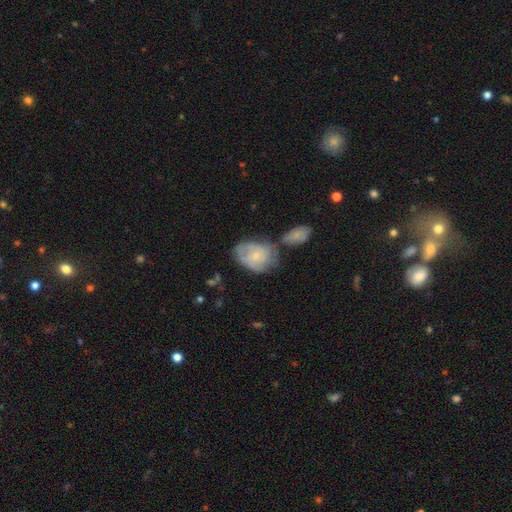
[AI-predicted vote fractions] A featured or disk galaxy (50%).

Vote fractions:
- Smooth or featured? featured or disk: 50% / smooth: 43% / star or artifact: 7%
- Merging? none: 35% / merger: 29% / minor disturbance: 23% / major disturbance: 12%